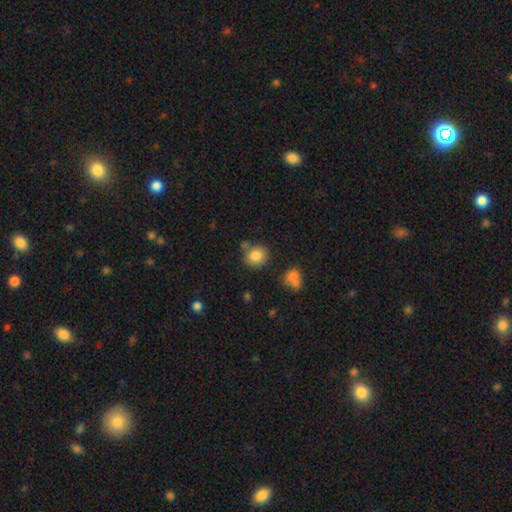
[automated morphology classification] Smooth or featured? Predicted: smooth (p=0.83). How rounded? Predicted: round (p=0.81). Merging? Predicted: none (p=0.73).